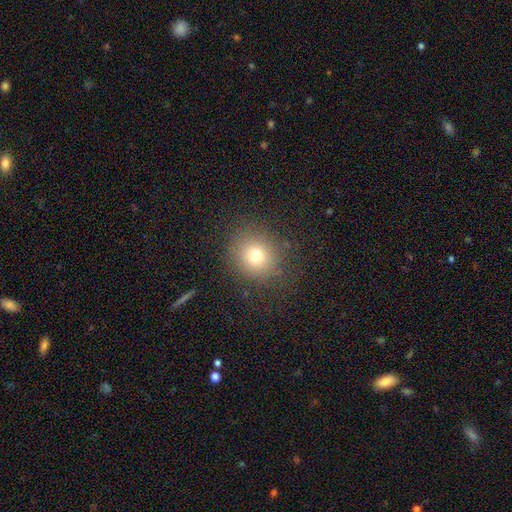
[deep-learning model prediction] Overall: smooth (72%). How rounded: round (87%). Merging: none (85%).